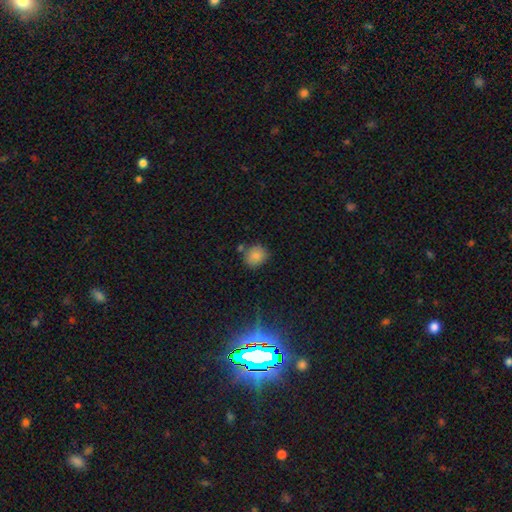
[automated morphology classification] smooth 82%, star or artifact 11%, featured or disk 7%. Down the decision tree: how rounded — round (76%); merging — none (73%).